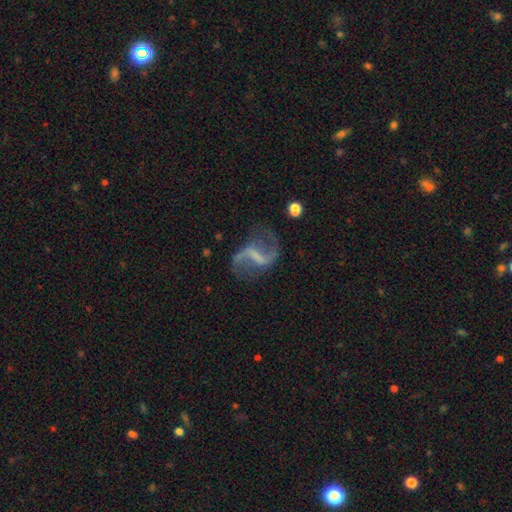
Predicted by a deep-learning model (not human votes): This is clearly a featured or disk galaxy (87%). It is clearly not viewed edge-on (98%). Bar: possibly strong (51%). Spiral arm pattern: clearly yes (94%). Spiral arm count: clearly 2 (93%). Spiral winding: likely loose (79%). Central bulge: possibly none (57%). Merging: likely none (73%).